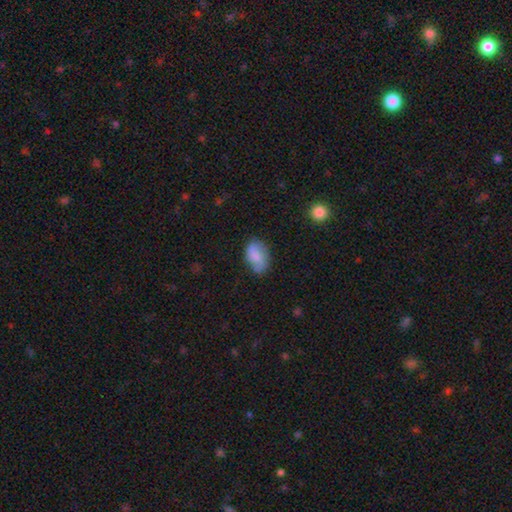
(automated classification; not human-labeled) Smooth or featured: smooth — 72% (featured or disk — 20%)
How rounded: in between — 91% (round — 8%)
Merging: none — 64% (minor disturbance — 26%)